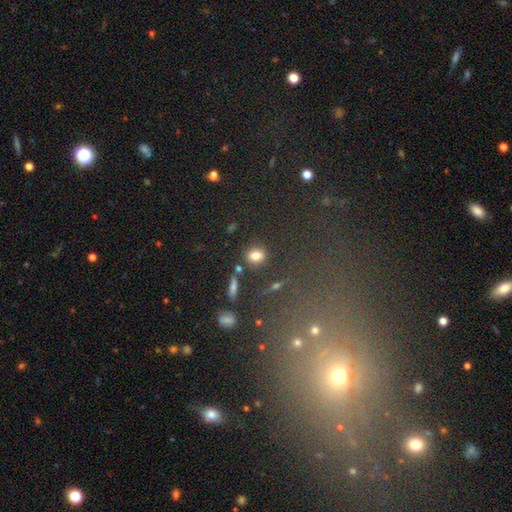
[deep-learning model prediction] Smooth or featured?
  - smooth: 81% *
  - star or artifact: 12%
  - featured or disk: 7%
How rounded?
  - round: 55% *
  - in between: 42%
  - cigar-shaped: 3%
Merging?
  - none: 80% *
  - minor disturbance: 11%
  - merger: 6%
  - major disturbance: 3%